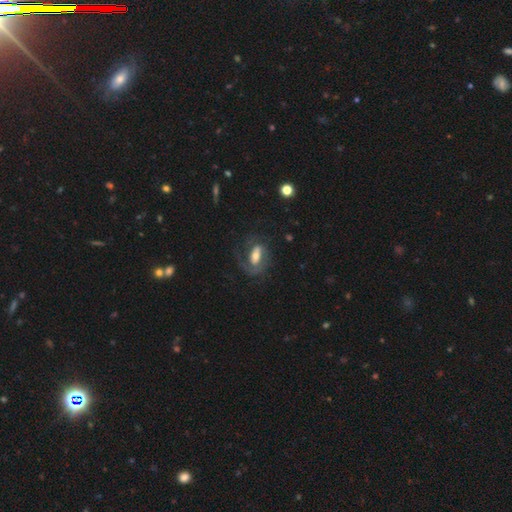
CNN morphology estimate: Smooth or featured? Predicted: featured or disk (p=0.66). Edge-on disk? Predicted: no (p=0.93). Bar? Predicted: weak (p=0.36). Spiral arms? Predicted: yes (p=0.81). Spiral winding? Predicted: medium (p=0.44). Spiral arm count? Predicted: 2 (p=0.51). Bulge size? Predicted: moderate (p=0.58). Merging? Predicted: none (p=0.51).